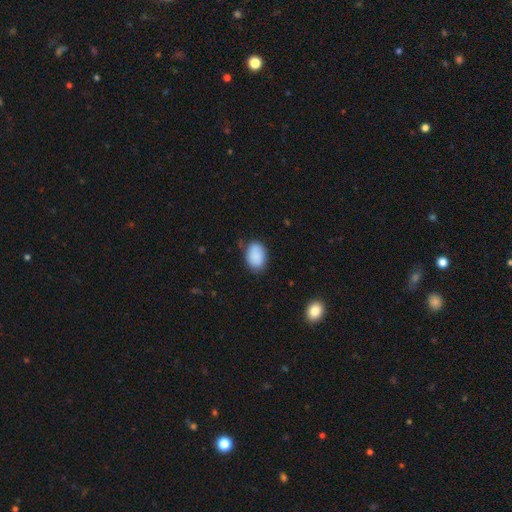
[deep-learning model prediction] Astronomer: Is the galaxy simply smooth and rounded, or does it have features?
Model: smooth — 89%.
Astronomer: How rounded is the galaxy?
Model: in between — 83%.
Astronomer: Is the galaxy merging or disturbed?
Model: none — 78%.